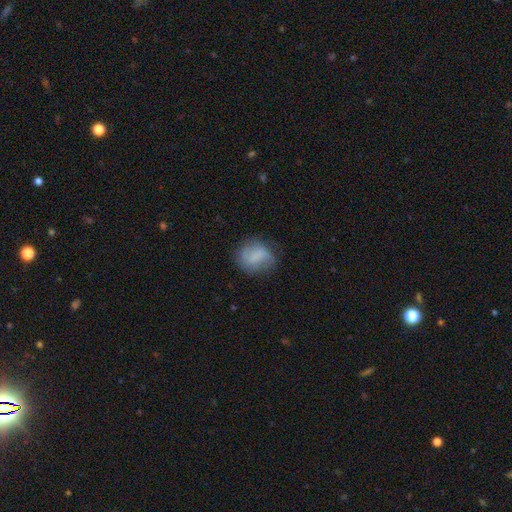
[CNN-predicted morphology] This is likely a smooth galaxy (63%). How rounded: possibly round (54%). Merging: likely none (63%).